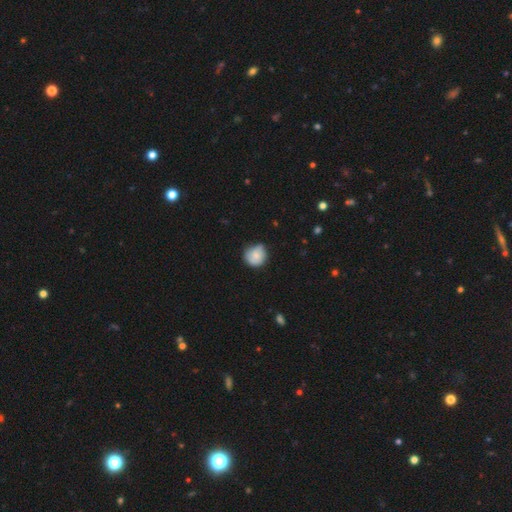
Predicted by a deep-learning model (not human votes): Smooth or featured: smooth — 79% (featured or disk — 13%)
How rounded: round — 86% (in between — 14%)
Merging: none — 63% (minor disturbance — 31%)